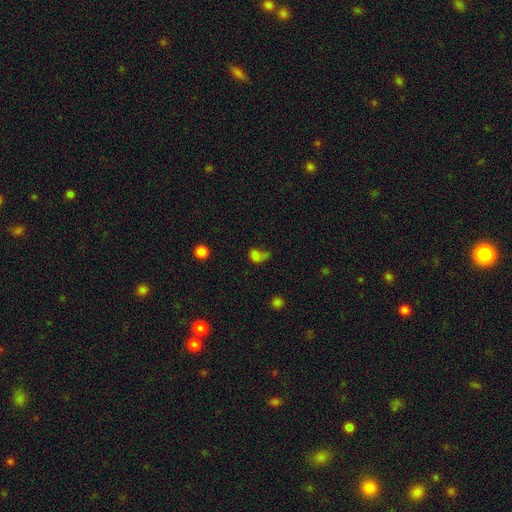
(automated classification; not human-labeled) Smooth or featured: smooth — 69% (star or artifact — 18%)
How rounded: in between — 65% (round — 32%)
Merging: major disturbance — 32% (none — 29%)